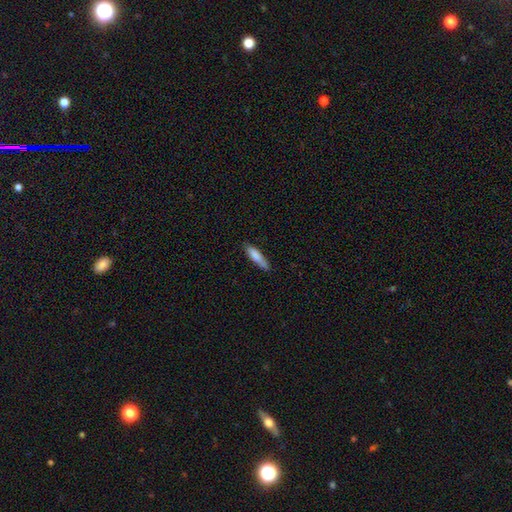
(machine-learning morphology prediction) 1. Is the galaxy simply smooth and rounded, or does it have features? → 81% smooth, 13% featured or disk, 6% star or artifact.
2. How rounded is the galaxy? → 74% cigar-shaped, 24% in between, 1% round.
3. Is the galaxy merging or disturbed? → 73% none, 21% minor disturbance, 3% major disturbance, 2% merger.